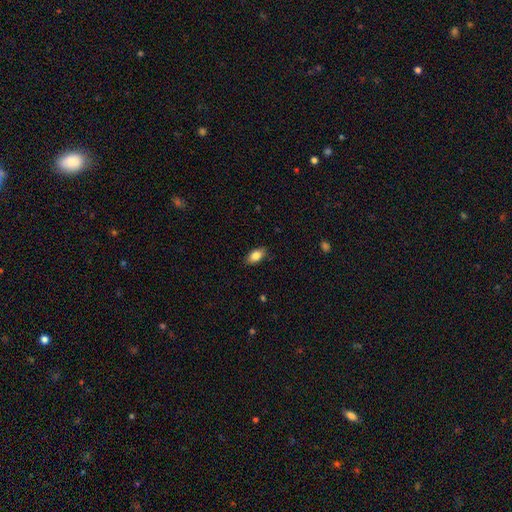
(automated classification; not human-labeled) Overall: smooth (83%). How rounded: in between (91%). Merging: none (87%).